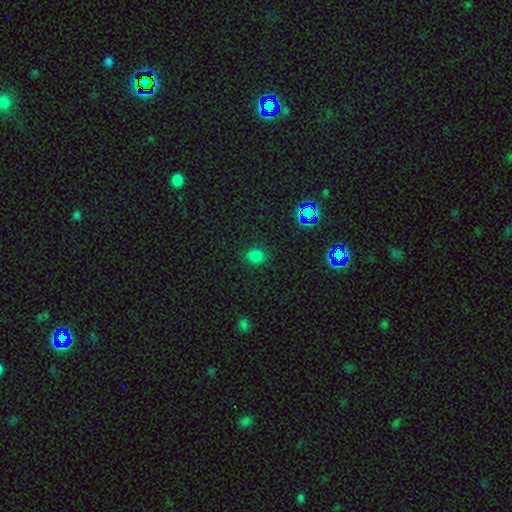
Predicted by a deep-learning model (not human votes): This appears to be a smooth galaxy with no disk features (74%) that is round (77%). Merging: none (87%).